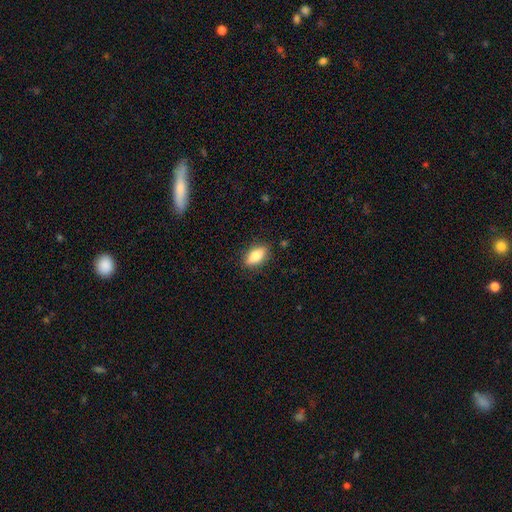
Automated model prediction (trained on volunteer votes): smooth-or-featured: smooth: 78% | featured or disk: 15% | star or artifact: 7%
  how-rounded: in between: 79% | cigar-shaped: 17% | round: 4%
  merging: none: 85% | minor disturbance: 11% | major disturbance: 3% | merger: 1%